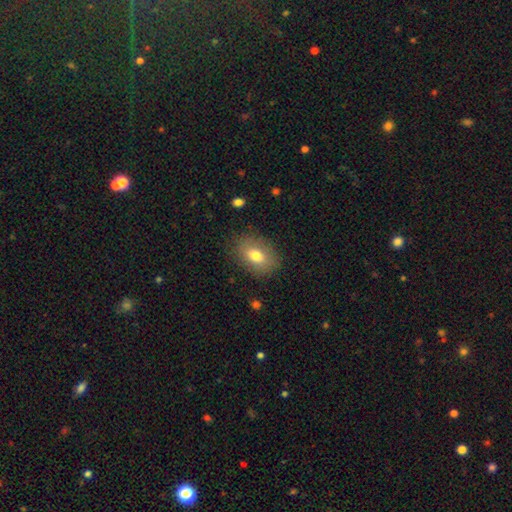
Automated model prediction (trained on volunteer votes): Q: Smooth or featured?
A: smooth (75%); runner-up: featured or disk (16%)
Q: How rounded?
A: in between (80%); runner-up: round (18%)
Q: Merging?
A: none (82%); runner-up: minor disturbance (12%)